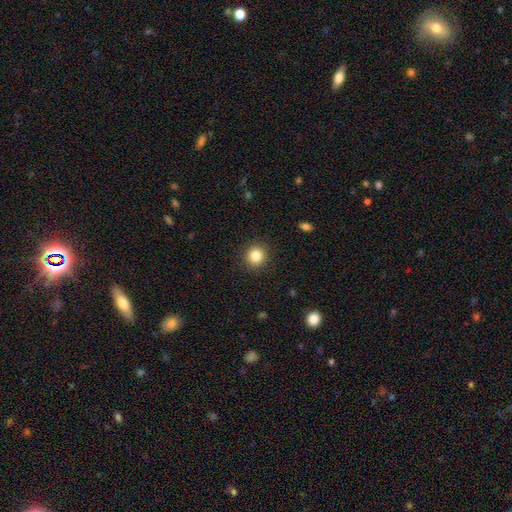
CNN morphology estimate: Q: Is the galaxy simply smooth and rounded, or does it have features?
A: smooth — 85%.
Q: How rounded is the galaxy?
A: round — 87%.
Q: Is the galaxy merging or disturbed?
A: none — 90%.